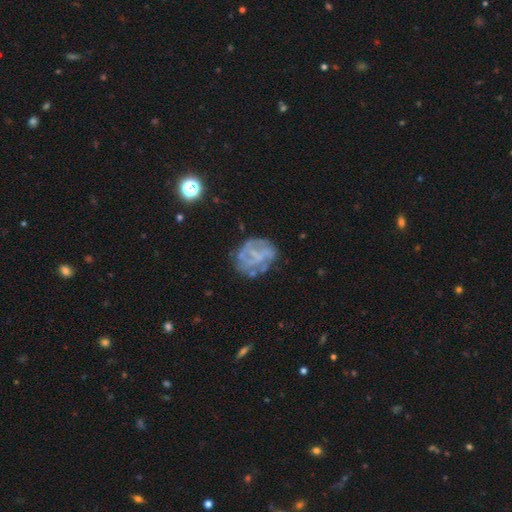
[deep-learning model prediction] Smooth or featured? Predicted: featured or disk (p=0.69). Edge-on disk? Predicted: no (p=0.98). Bar? Predicted: no (p=0.58). Spiral arms? Predicted: yes (p=0.53). Bulge size? Predicted: none (p=0.63). Merging? Predicted: none (p=0.60).